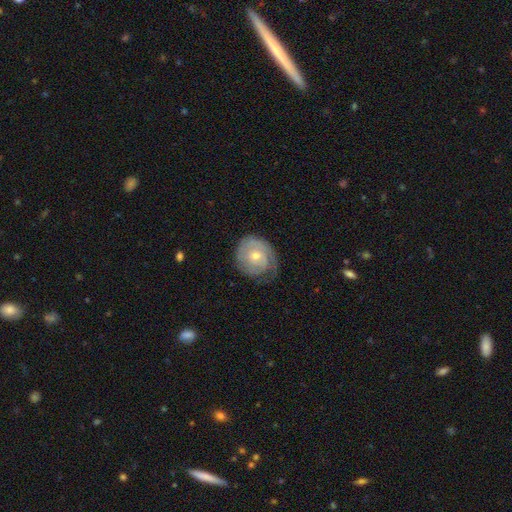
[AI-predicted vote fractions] Smooth or featured? Predicted: featured or disk (p=0.67). Edge-on disk? Predicted: no (p=0.97). Bar? Predicted: no (p=0.74). Spiral arms? Predicted: yes (p=0.86). Spiral winding? Predicted: tight (p=0.72). Spiral arm count? Predicted: can't tell (p=0.32). Bulge size? Predicted: small (p=0.52). Merging? Predicted: none (p=0.63).